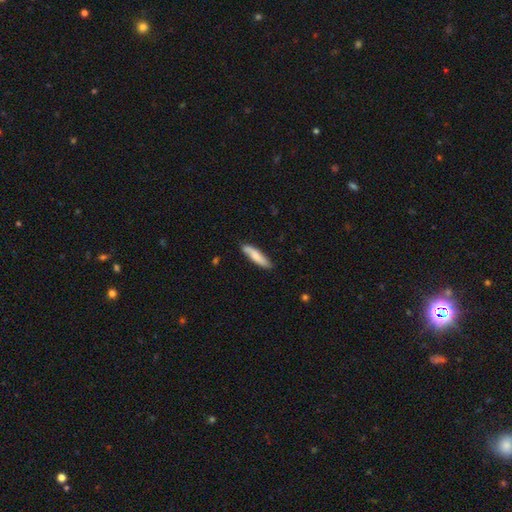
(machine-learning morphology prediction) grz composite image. It shows a smooth galaxy with no disk features (75%) that is cigar-shaped (76%). Merging: none (81%).